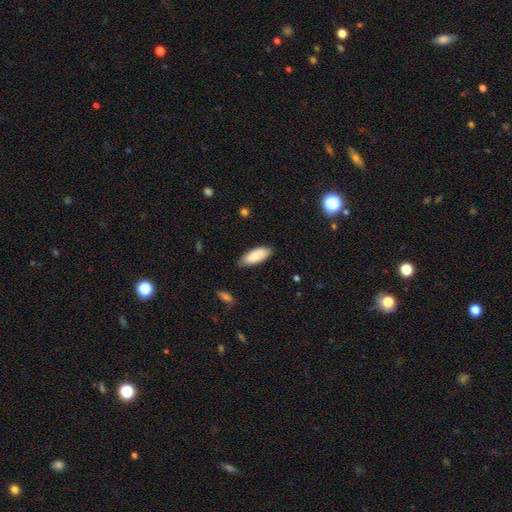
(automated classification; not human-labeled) Smooth or featured? Predicted: smooth (p=0.85). How rounded? Predicted: in between (p=0.82). Merging? Predicted: none (p=0.83).